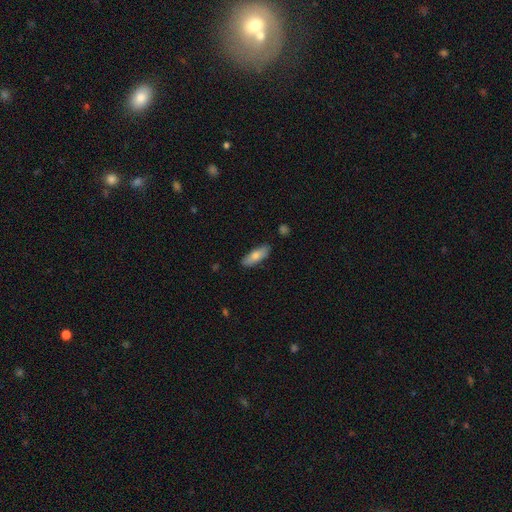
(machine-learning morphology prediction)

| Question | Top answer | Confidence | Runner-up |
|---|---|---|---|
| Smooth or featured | smooth | 74% | featured or disk (20%) |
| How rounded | in between | 60% | cigar-shaped (38%) |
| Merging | none | 86% | minor disturbance (11%) |